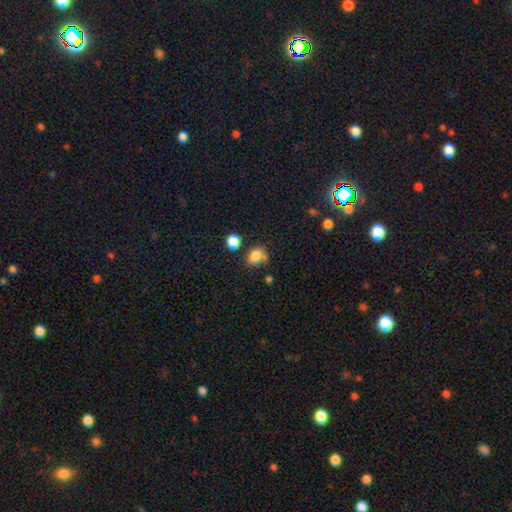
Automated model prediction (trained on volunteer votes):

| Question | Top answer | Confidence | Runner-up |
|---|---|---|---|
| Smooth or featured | smooth | 82% | star or artifact (11%) |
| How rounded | in between | 60% | round (39%) |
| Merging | none | 54% | minor disturbance (22%) |